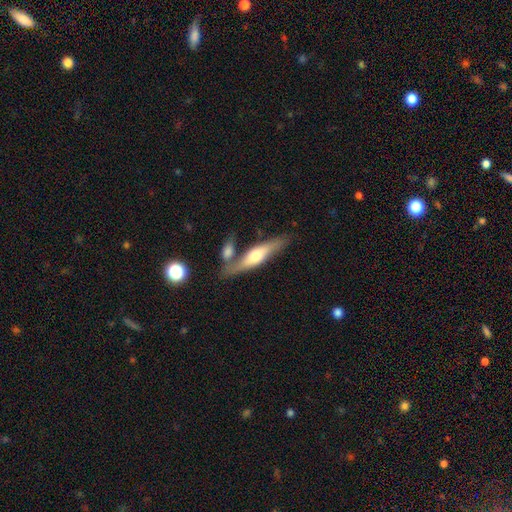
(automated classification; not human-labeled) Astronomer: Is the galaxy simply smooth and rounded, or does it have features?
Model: featured or disk — 49% (runner-up: smooth, 45%).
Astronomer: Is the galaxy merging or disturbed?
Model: none — 53% (runner-up: merger, 29%).